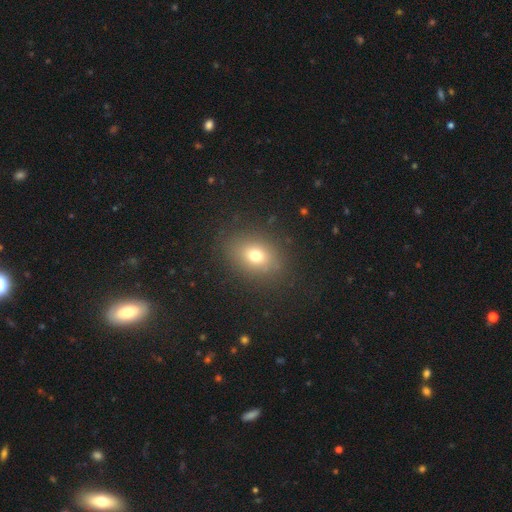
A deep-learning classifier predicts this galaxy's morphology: smooth_or_featured: smooth (p=0.72) [alt: star or artifact p=0.15]
how_rounded: in between (p=0.61) [alt: round p=0.38]
merging: none (p=0.84) [alt: minor disturbance p=0.10]